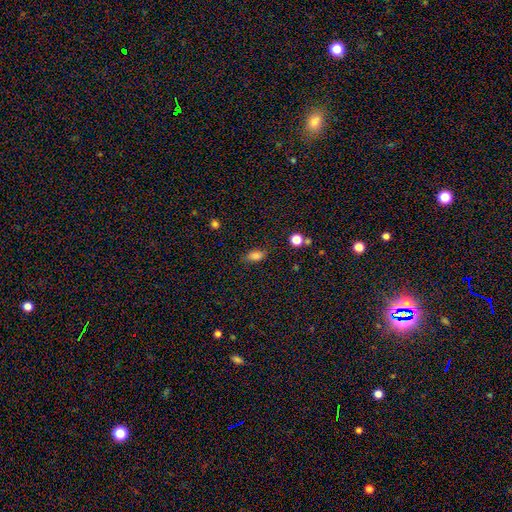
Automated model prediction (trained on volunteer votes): This is clearly a smooth galaxy (81%). How rounded: clearly in between (85%). Merging: likely none (79%).